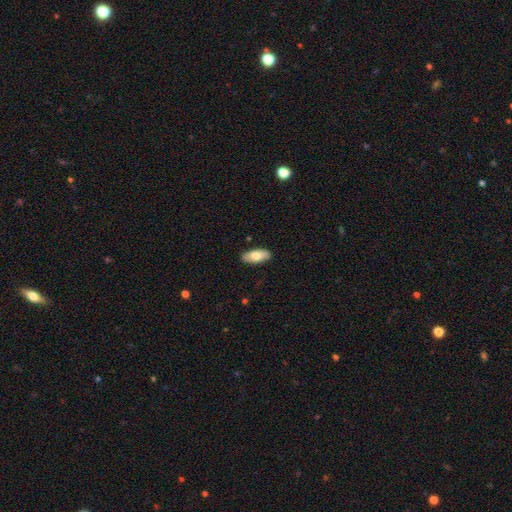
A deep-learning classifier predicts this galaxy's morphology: smooth 78%, featured or disk 16%, star or artifact 6%. Down the decision tree: how rounded — in between (87%); merging — none (89%).